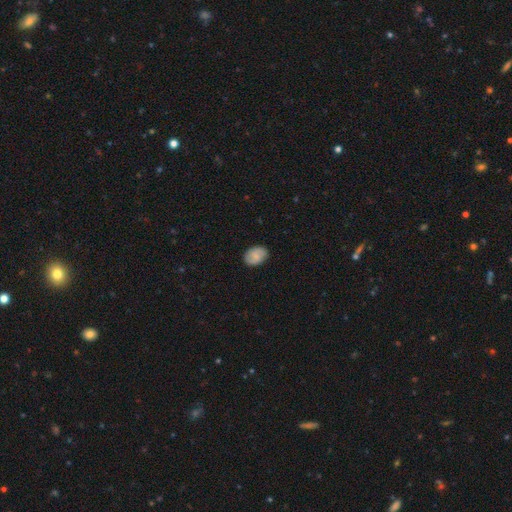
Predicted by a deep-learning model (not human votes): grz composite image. It shows a smooth galaxy with no disk features (59%) that is in between round and cigar-shaped (78%). Merging: none (85%).